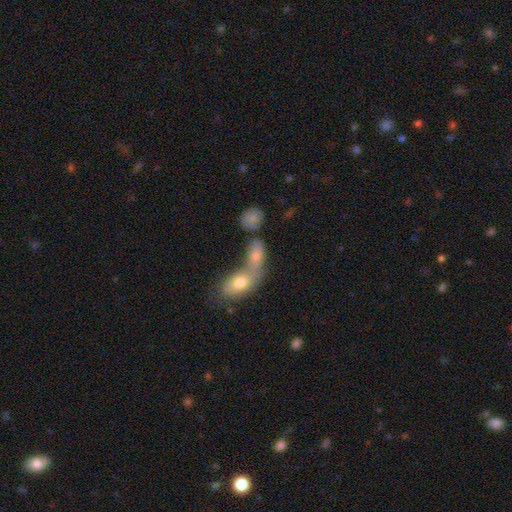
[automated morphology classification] Q: Smooth or featured?
A: smooth (73%); runner-up: featured or disk (16%)
Q: How rounded?
A: in between (79%); runner-up: round (13%)
Q: Merging?
A: merger (67%); runner-up: none (20%)